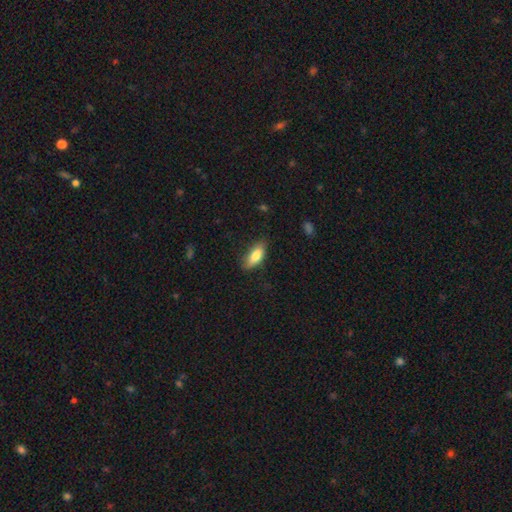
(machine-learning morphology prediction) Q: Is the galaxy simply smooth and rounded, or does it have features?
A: smooth — 81%.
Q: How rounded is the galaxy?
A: in between — 79%.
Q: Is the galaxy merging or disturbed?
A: none — 75%.